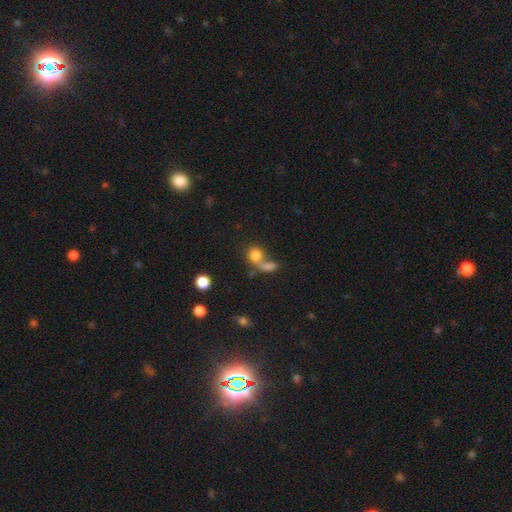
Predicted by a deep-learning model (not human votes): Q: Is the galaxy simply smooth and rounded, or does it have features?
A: smooth — 80%.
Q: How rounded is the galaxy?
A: round — 71%.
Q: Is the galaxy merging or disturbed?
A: merger — 48%.